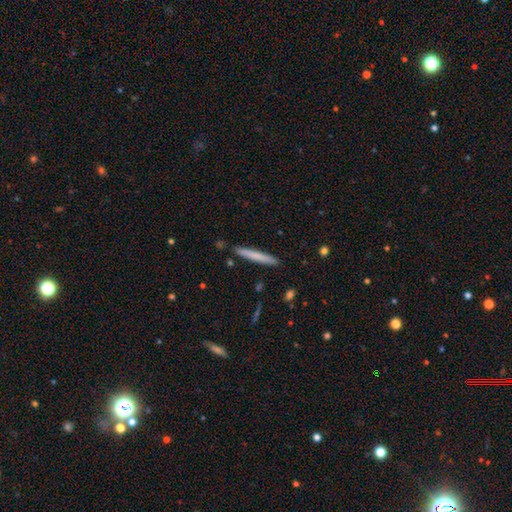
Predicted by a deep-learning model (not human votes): Smooth or featured?
  - smooth: 70% *
  - featured or disk: 24%
  - star or artifact: 6%
How rounded?
  - cigar-shaped: 96% *
  - in between: 3%
  - round: 1%
Merging?
  - none: 89% *
  - minor disturbance: 7%
  - merger: 2%
  - major disturbance: 1%